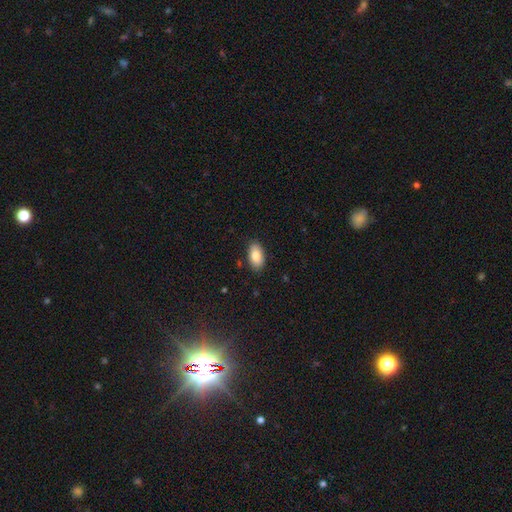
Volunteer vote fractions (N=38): Volunteers were most divided on "merging": none: 86%, major disturbance: 9%, minor disturbance: 6%, merger: 0%. More confident: how rounded — in between (94%); smooth or featured — smooth (89%).